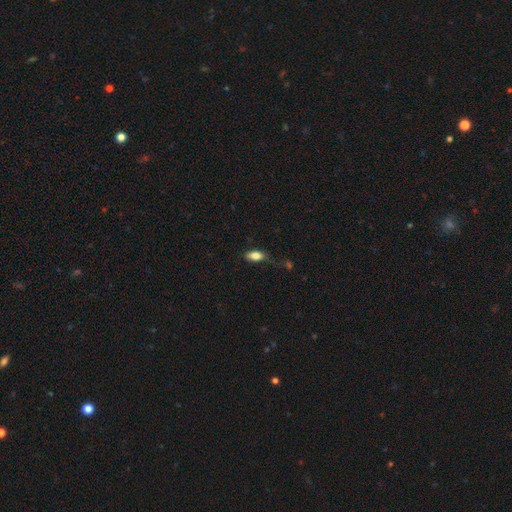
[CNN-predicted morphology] Q: Smooth or featured?
A: smooth (81%); runner-up: featured or disk (11%)
Q: How rounded?
A: in between (85%); runner-up: cigar-shaped (11%)
Q: Merging?
A: none (62%); runner-up: minor disturbance (27%)